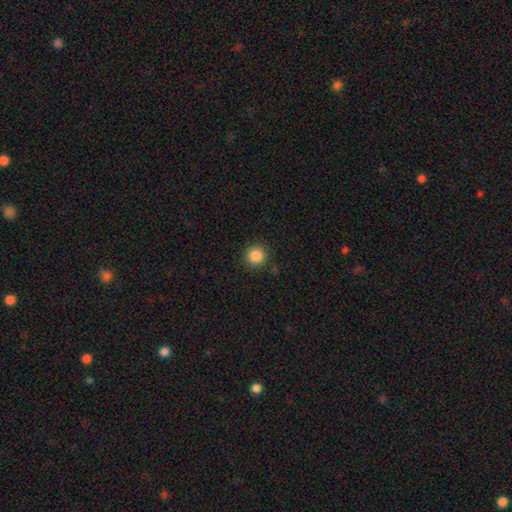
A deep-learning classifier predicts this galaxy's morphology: The model was most divided on "smooth or featured": smooth: 87%, star or artifact: 10%, featured or disk: 3%. More confident: how rounded — round (94%); merging — none (90%).